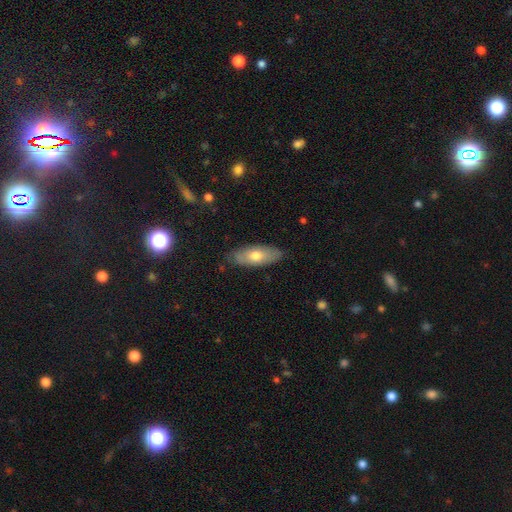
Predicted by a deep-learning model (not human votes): Morphology: type=smooth (62%); roundness=in between (73%); merging=none (82%).